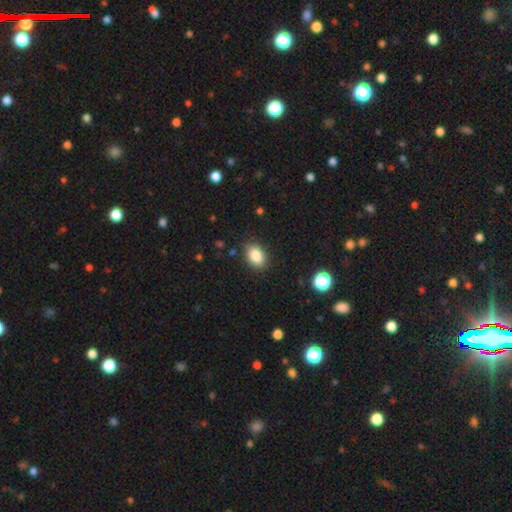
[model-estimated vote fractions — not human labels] Smooth or featured: smooth — 86% (star or artifact — 9%)
How rounded: in between — 81% (round — 18%)
Merging: none — 86% (minor disturbance — 10%)